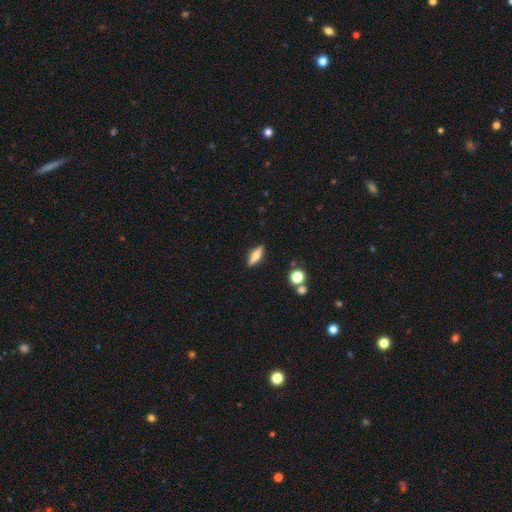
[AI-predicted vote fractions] This is possibly a smooth galaxy (54%). How rounded: possibly cigar-shaped (52%). Merging: clearly none (88%).